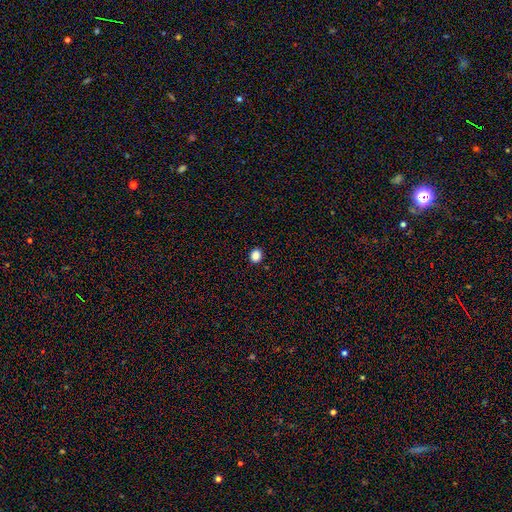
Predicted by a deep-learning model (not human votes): This is clearly a smooth galaxy (86%). How rounded: likely round (66%). Merging: clearly none (92%).